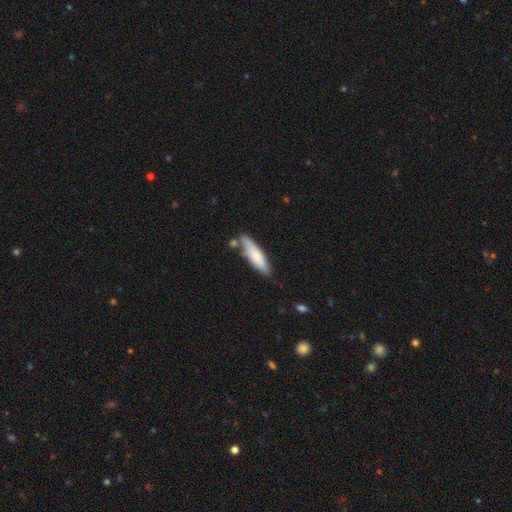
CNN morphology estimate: Q: Smooth or featured?
A: smooth (76%); runner-up: featured or disk (19%)
Q: How rounded?
A: cigar-shaped (63%); runner-up: in between (35%)
Q: Merging?
A: none (66%); runner-up: minor disturbance (21%)